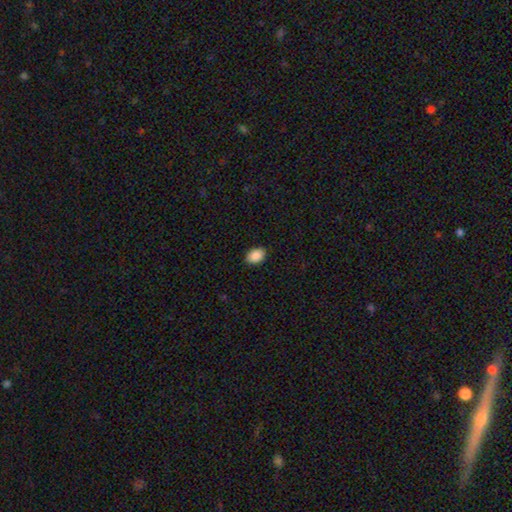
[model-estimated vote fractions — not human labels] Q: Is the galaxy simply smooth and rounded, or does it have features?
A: smooth — 90%.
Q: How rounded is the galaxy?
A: in between — 84%.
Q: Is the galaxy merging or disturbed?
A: none — 89%.